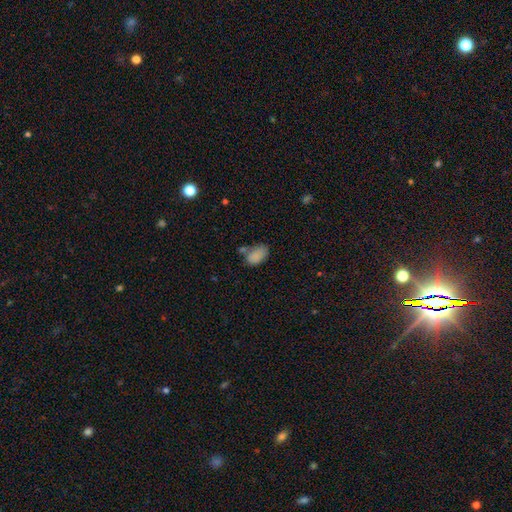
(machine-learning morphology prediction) Smooth or featured?
  - smooth: 83% *
  - star or artifact: 9%
  - featured or disk: 8%
How rounded?
  - in between: 89% *
  - round: 10%
  - cigar-shaped: 1%
Merging?
  - none: 46% *
  - minor disturbance: 25%
  - merger: 20%
  - major disturbance: 10%